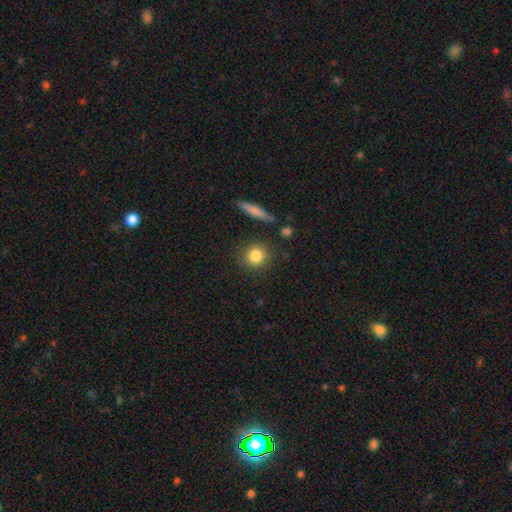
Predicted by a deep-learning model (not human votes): Morphology: type=smooth (84%); roundness=round (86%); merging=none (86%).